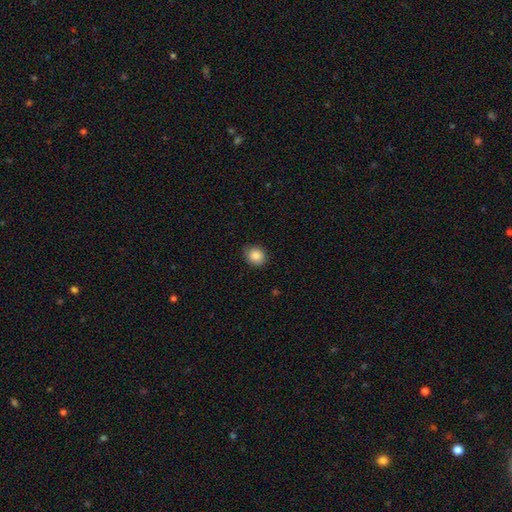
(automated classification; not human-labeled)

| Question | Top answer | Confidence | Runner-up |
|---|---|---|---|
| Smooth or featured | smooth | 86% | star or artifact (9%) |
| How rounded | round | 72% | in between (27%) |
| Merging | none | 79% | minor disturbance (17%) |